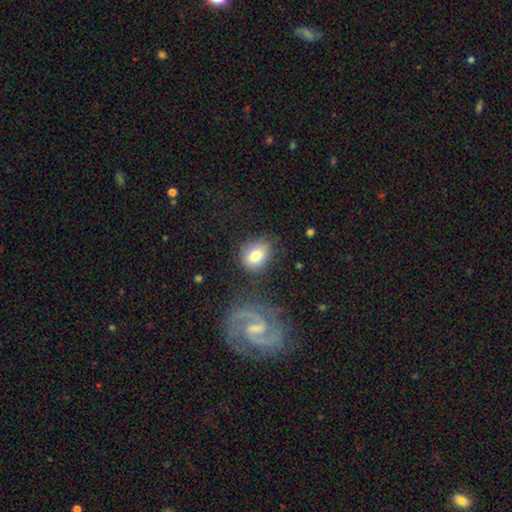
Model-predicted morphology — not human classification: Smooth or featured? Predicted: smooth (p=0.77). How rounded? Predicted: round (p=0.50). Merging? Predicted: none (p=0.72).